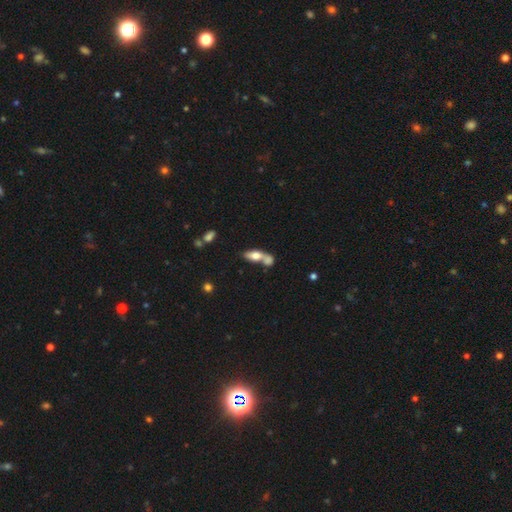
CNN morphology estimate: A smooth galaxy with no disk features (64%) that is in between round and cigar-shaped (72%). Merging: merger (56%).